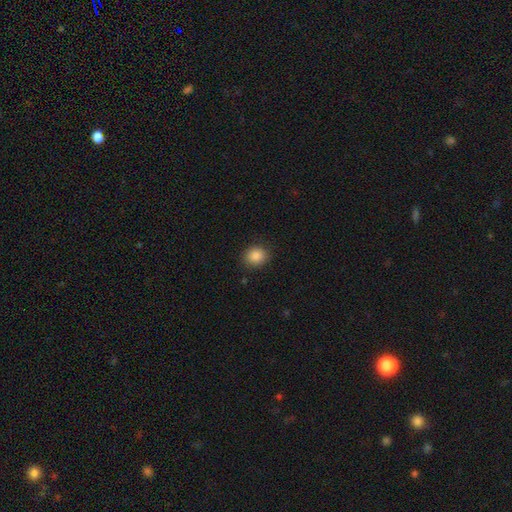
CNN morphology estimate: Q: Smooth or featured?
A: smooth (88%); runner-up: star or artifact (9%)
Q: How rounded?
A: round (70%); runner-up: in between (29%)
Q: Merging?
A: none (88%); runner-up: minor disturbance (9%)